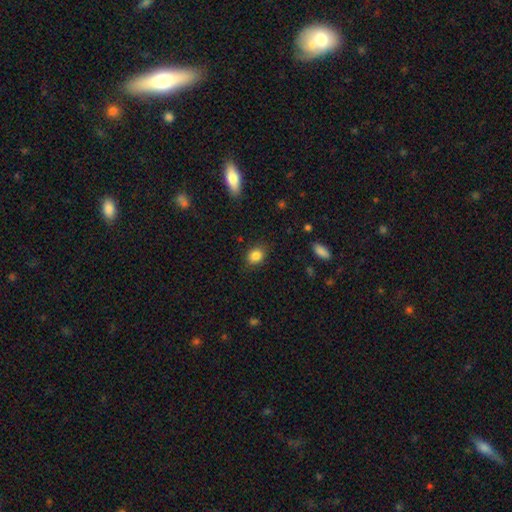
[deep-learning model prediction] Smooth or featured: smooth — 85% (star or artifact — 10%)
How rounded: in between — 57% (round — 42%)
Merging: none — 84% (minor disturbance — 12%)